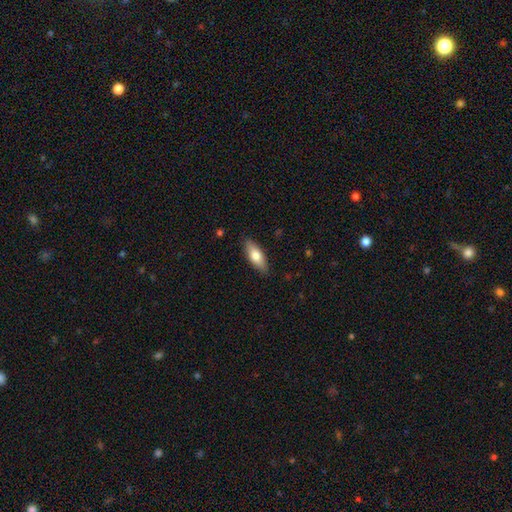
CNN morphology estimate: Q: Smooth or featured?
A: smooth (69%); runner-up: featured or disk (25%)
Q: How rounded?
A: in between (68%); runner-up: cigar-shaped (30%)
Q: Merging?
A: none (87%); runner-up: minor disturbance (10%)